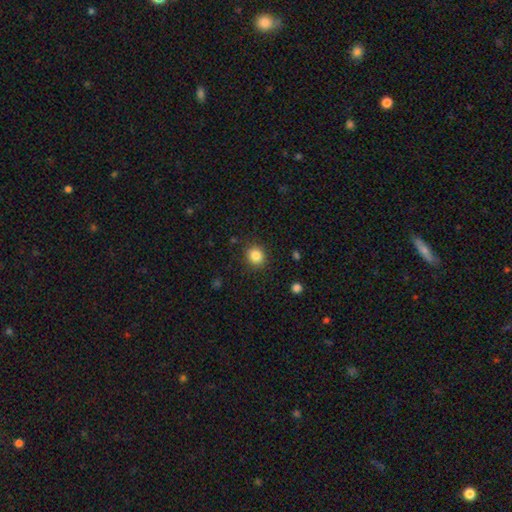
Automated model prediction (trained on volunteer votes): A smooth galaxy with no disk features (85%) that is round (84%). Merging: none (89%).